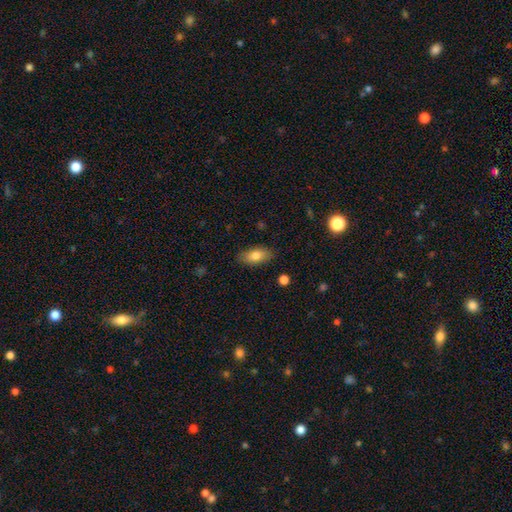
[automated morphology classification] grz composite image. It shows a smooth galaxy with no disk features (78%) that is in between round and cigar-shaped (88%). Merging: none (86%).